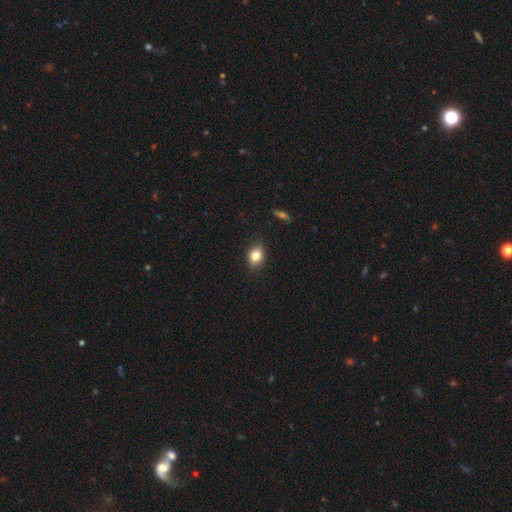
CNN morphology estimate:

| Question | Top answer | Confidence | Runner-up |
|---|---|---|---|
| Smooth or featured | smooth | 80% | star or artifact (10%) |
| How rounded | in between | 67% | round (32%) |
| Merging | none | 85% | minor disturbance (11%) |